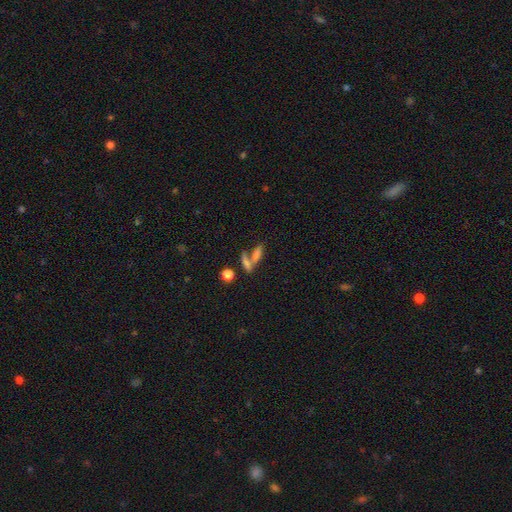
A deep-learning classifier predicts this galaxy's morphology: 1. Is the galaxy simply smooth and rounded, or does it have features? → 60% smooth, 21% featured or disk, 18% star or artifact.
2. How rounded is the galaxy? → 47% in between, 43% cigar-shaped, 10% round.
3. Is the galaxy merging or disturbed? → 48% merger, 36% none, 8% minor disturbance, 7% major disturbance.